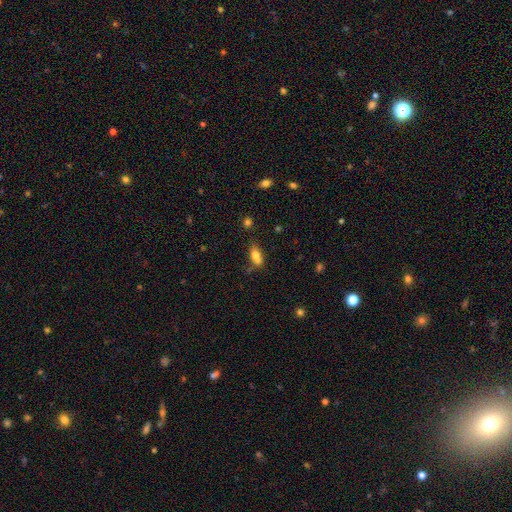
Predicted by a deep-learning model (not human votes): A smooth galaxy with no disk features (75%) that is in between round and cigar-shaped (81%).

Vote fractions:
- Smooth or featured? smooth: 75% / featured or disk: 15% / star or artifact: 9%
- How rounded? in between: 81% / cigar-shaped: 14% / round: 5%
- Merging? none: 52% / minor disturbance: 23% / merger: 17% / major disturbance: 8%